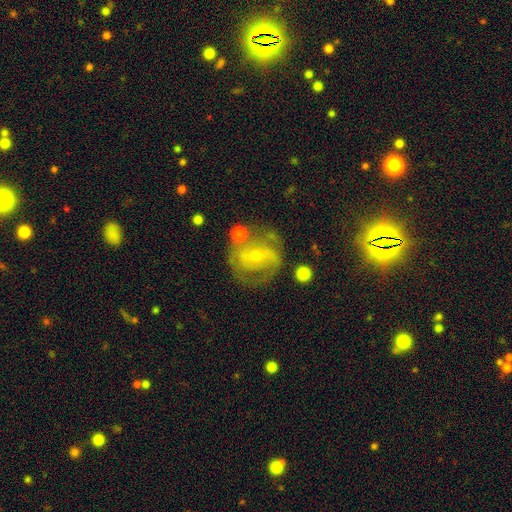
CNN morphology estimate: Overall: featured or disk (75%). Edge-on disk: no (96%). Bar: weak (42%; strong 30%). Spiral arms: yes (80%). Spiral arm count: 2 (60%; can't tell 23%). Spiral winding: medium (43%; tight 39%). Bulge size: small (66%; moderate 31%). Merging: none (61%).